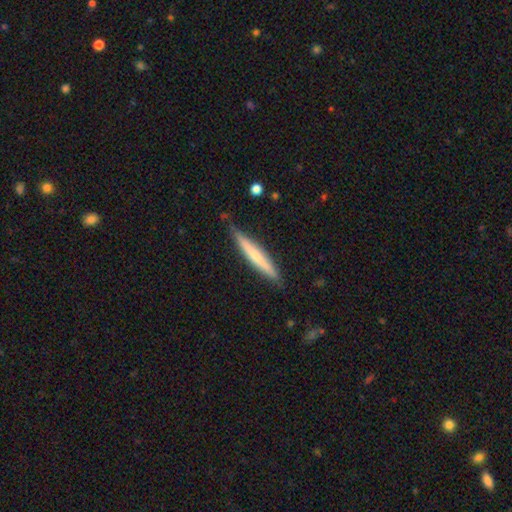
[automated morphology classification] smooth-or-featured: smooth: 54% | featured or disk: 41% | star or artifact: 5%
  how-rounded: cigar-shaped: 95% | in between: 4% | round: 1%
  merging: none: 83% | minor disturbance: 13% | major disturbance: 2% | merger: 2%